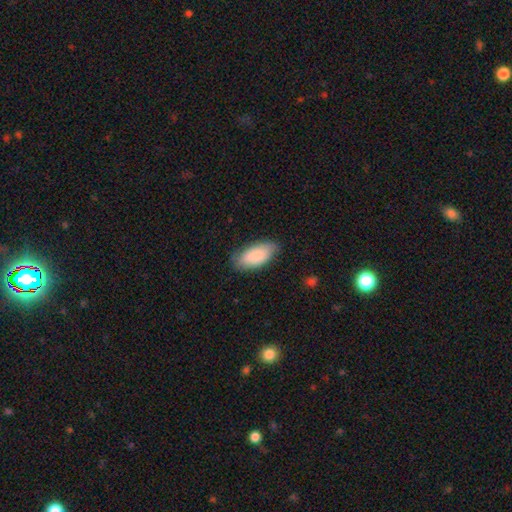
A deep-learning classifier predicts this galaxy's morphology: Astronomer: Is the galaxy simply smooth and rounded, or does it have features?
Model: smooth — 87%.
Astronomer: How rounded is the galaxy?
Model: in between — 91%.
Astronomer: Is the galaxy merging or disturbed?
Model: none — 78%.